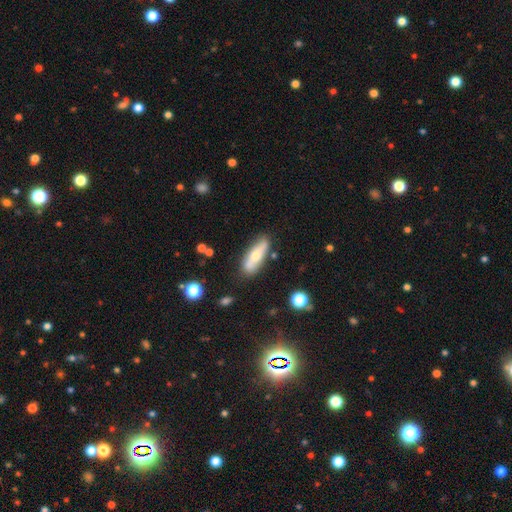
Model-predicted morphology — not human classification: Smooth or featured? Predicted: smooth (p=0.54). How rounded? Predicted: in between (p=0.53). Merging? Predicted: none (p=0.77).